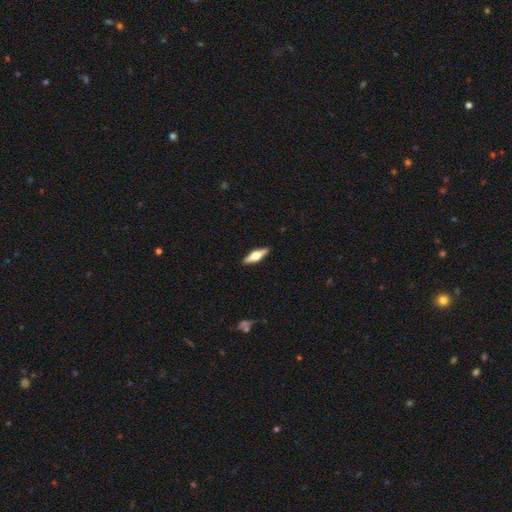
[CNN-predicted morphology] featured or disk 57%, smooth 37%, star or artifact 5%. Down the decision tree: edge-on disk — yes (95%); edge-on bulge — rounded (94%); merging — none (91%).